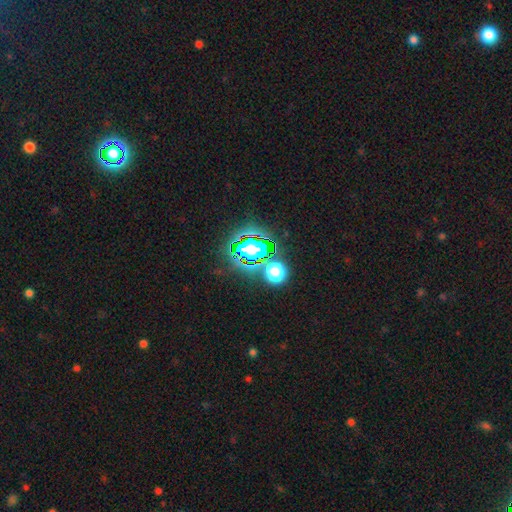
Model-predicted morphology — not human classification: A star or artifact, not a galaxy (76%).

Vote fractions:
- Smooth or featured? star or artifact: 76% / smooth: 16% / featured or disk: 9%